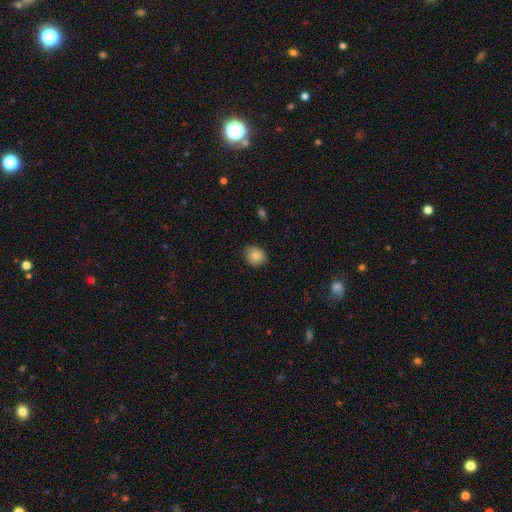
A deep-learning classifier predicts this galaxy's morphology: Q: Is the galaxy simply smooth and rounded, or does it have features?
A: smooth — 84%.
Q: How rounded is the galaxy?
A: round — 72%.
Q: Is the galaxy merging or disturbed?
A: none — 76%.